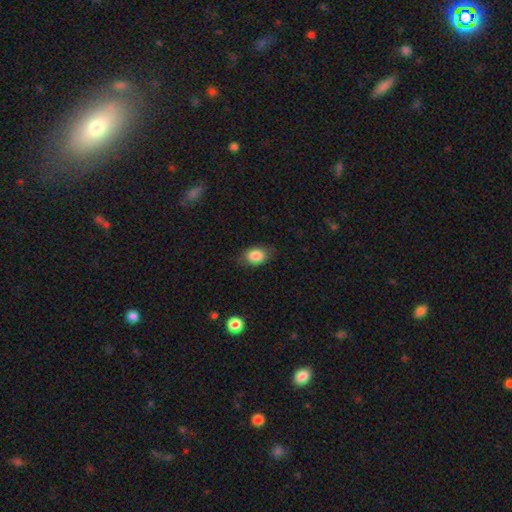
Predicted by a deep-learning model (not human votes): Smooth or featured?
  - smooth: 85% *
  - star or artifact: 8%
  - featured or disk: 7%
How rounded?
  - in between: 79% *
  - round: 19%
  - cigar-shaped: 2%
Merging?
  - none: 77% *
  - minor disturbance: 17%
  - major disturbance: 4%
  - merger: 1%